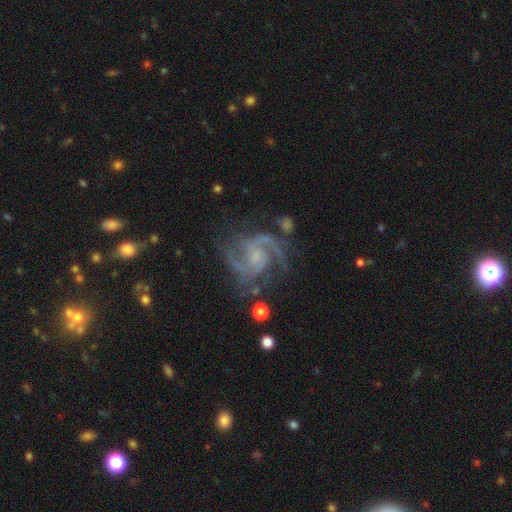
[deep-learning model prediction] Q: Smooth or featured?
A: featured or disk (91%); runner-up: star or artifact (6%)
Q: Edge-on disk?
A: no (98%); runner-up: yes (2%)
Q: Bar?
A: no (55%); runner-up: weak (37%)
Q: Spiral arms?
A: yes (98%); runner-up: no (2%)
Q: Spiral winding?
A: medium (56%); runner-up: tight (31%)
Q: Spiral arm count?
A: 2 (55%); runner-up: 3 (24%)
Q: Bulge size?
A: small (63%); runner-up: moderate (20%)
Q: Merging?
A: none (68%); runner-up: minor disturbance (17%)